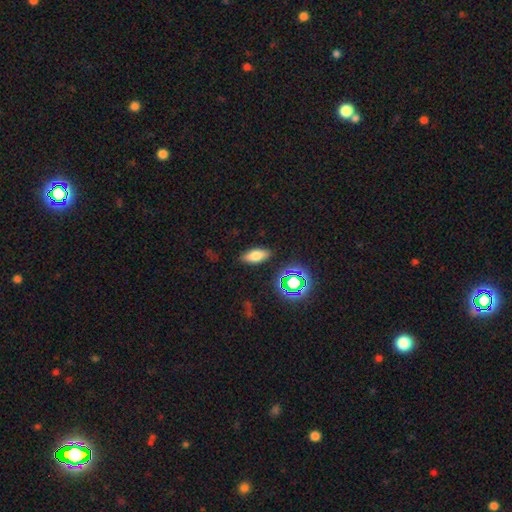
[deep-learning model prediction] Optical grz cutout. It shows a smooth galaxy with no disk features (72%) that is in between round and cigar-shaped (80%). Merging: none (86%).